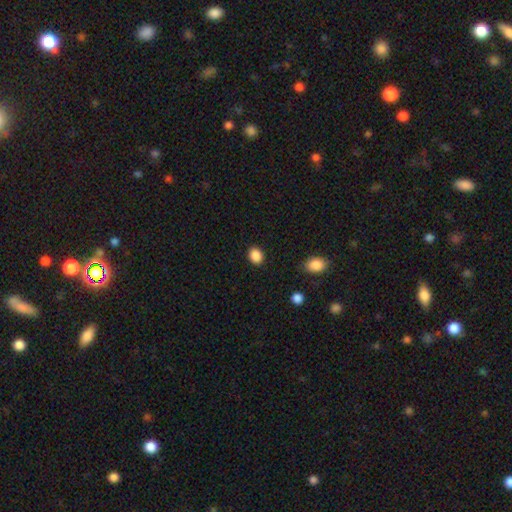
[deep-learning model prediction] Q: Smooth or featured?
A: smooth (88%); runner-up: star or artifact (9%)
Q: How rounded?
A: round (50%); runner-up: in between (49%)
Q: Merging?
A: none (89%); runner-up: minor disturbance (7%)